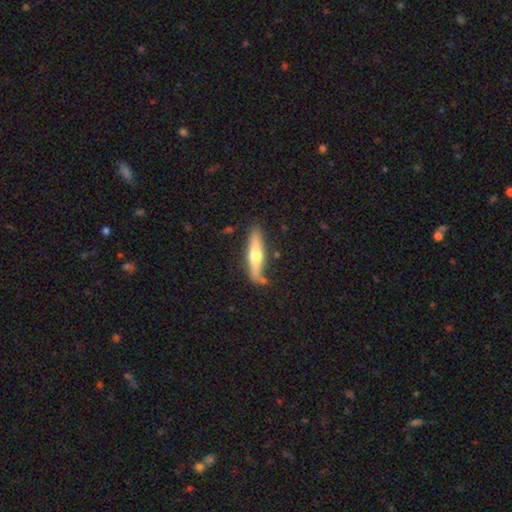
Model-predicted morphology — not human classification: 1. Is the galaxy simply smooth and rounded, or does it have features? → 48% featured or disk, 47% smooth, 5% star or artifact.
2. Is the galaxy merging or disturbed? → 73% none, 17% minor disturbance, 5% merger, 5% major disturbance.